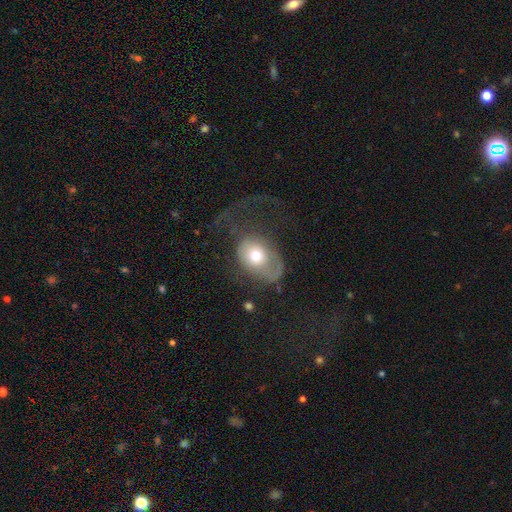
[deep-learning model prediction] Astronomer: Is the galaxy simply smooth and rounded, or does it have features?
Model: smooth — 59%.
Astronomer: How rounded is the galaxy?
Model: in between — 58% (runner-up: round, 41%).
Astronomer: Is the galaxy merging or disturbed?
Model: major disturbance — 55%.